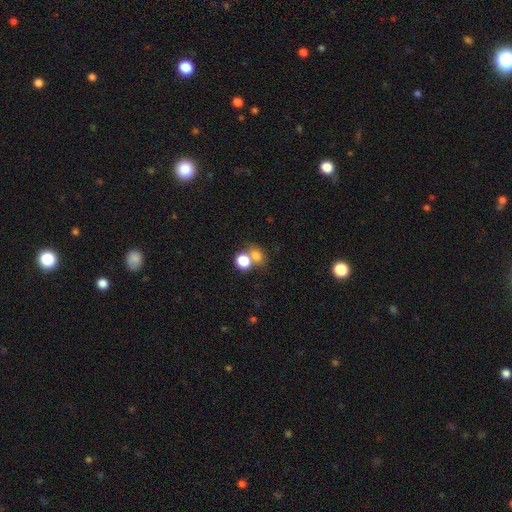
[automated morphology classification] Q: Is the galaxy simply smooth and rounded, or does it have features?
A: smooth — 76%.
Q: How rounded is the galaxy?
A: round — 55%.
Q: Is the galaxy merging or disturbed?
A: merger — 43%, tied with none.